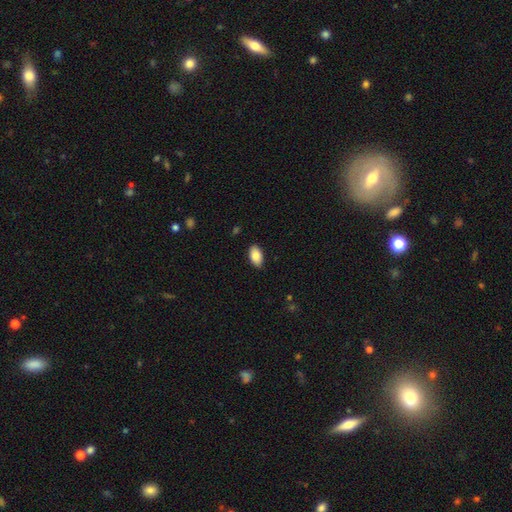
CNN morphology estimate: Smooth or featured? Predicted: smooth (p=0.86). How rounded? Predicted: in between (p=0.94). Merging? Predicted: none (p=0.88).